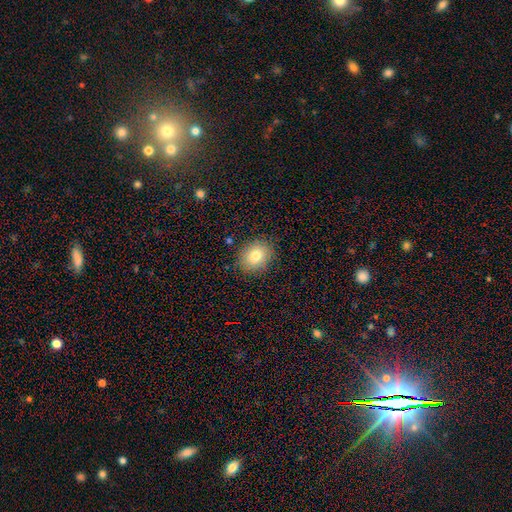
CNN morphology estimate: Smooth or featured?
  - smooth: 80% *
  - star or artifact: 10%
  - featured or disk: 10%
How rounded?
  - round: 55% *
  - in between: 44%
  - cigar-shaped: 1%
Merging?
  - none: 86% *
  - minor disturbance: 10%
  - major disturbance: 3%
  - merger: 1%